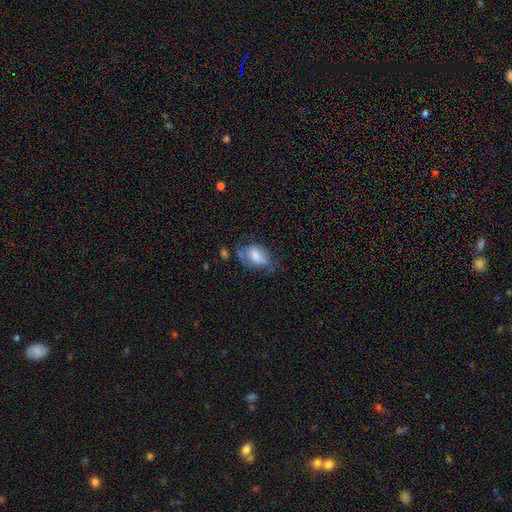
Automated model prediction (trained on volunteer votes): Overall: smooth (66%; featured or disk 26%). How rounded: in between (85%). Merging: none (39%; minor disturbance 34%).